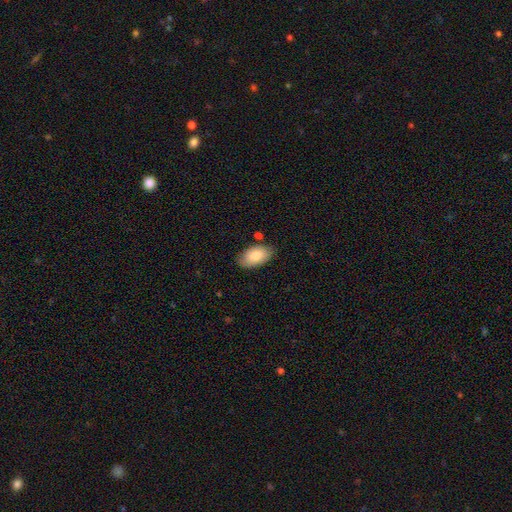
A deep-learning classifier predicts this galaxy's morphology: Overall: smooth (80%). How rounded: in between (94%). Merging: none (77%).